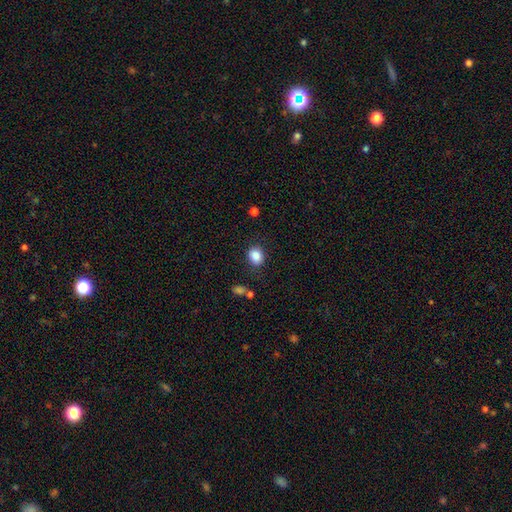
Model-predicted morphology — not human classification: smooth 86%, star or artifact 9%, featured or disk 5%. Down the decision tree: how rounded — round (59%); merging — none (84%).